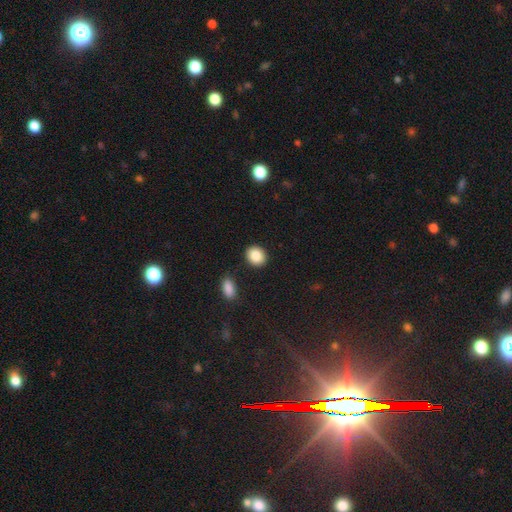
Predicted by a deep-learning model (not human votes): This is clearly a smooth galaxy (87%). How rounded: likely round (61%). Merging: clearly none (88%).